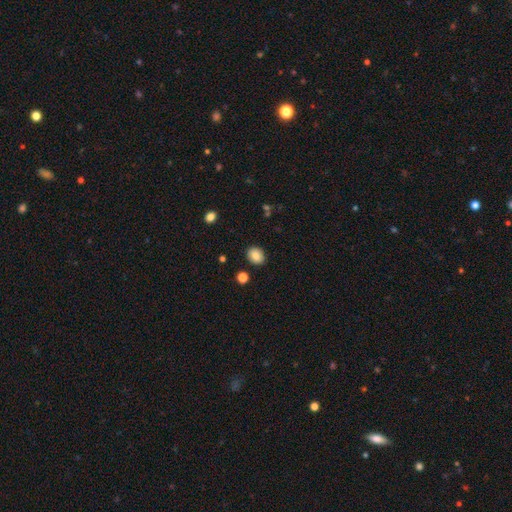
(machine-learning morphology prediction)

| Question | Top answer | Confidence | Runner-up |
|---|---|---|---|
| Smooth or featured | smooth | 85% | star or artifact (9%) |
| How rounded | round | 58% | in between (41%) |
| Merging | none | 89% | minor disturbance (7%) |